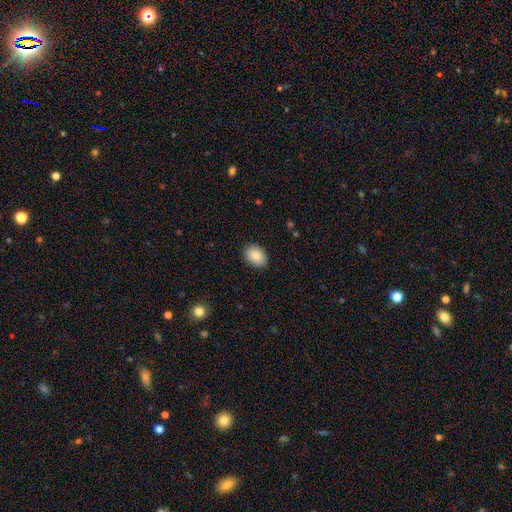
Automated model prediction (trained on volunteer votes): Q: Smooth or featured?
A: smooth (87%); runner-up: star or artifact (7%)
Q: How rounded?
A: in between (78%); runner-up: round (21%)
Q: Merging?
A: none (89%); runner-up: minor disturbance (8%)